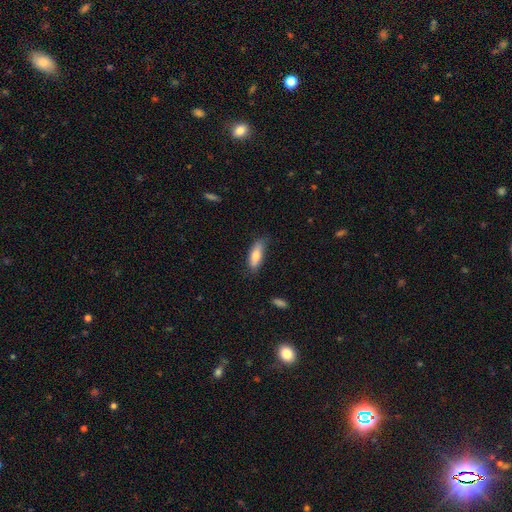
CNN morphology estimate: Smooth or featured: smooth — 78% (featured or disk — 15%)
How rounded: in between — 61% (cigar-shaped — 37%)
Merging: none — 70% (minor disturbance — 24%)